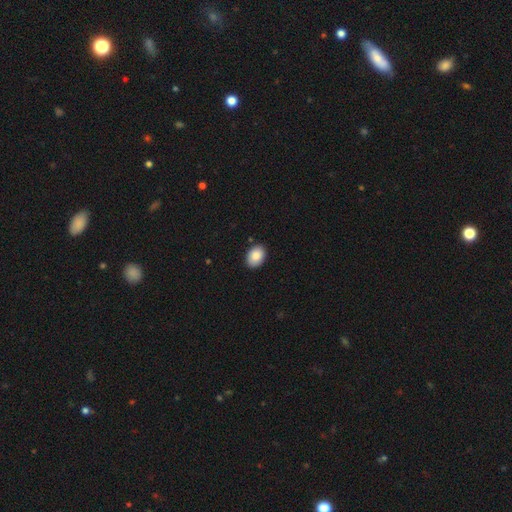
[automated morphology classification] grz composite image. It shows a smooth galaxy with no disk features (88%) that is in between round and cigar-shaped (80%). Merging: none (88%).